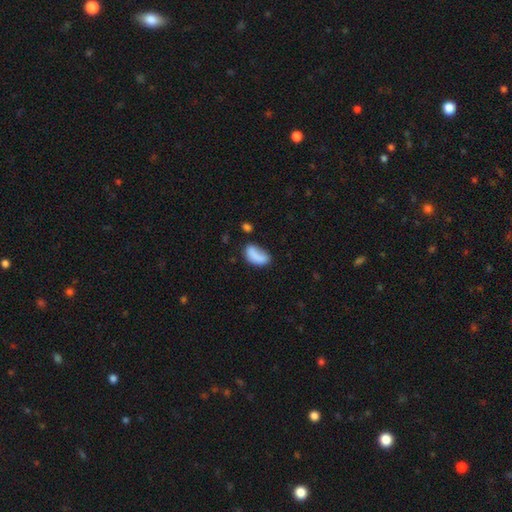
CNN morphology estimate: This is likely a smooth galaxy (78%). How rounded: clearly in between (91%). Merging: marginally none (43%).